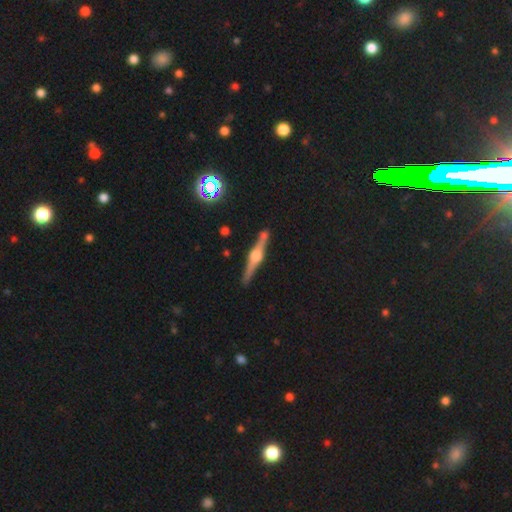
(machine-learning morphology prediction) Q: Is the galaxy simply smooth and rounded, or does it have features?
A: featured or disk — 84%.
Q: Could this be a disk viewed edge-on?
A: yes — 98%.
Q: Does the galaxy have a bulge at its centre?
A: rounded — 92%.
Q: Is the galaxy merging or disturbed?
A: none — 86%.